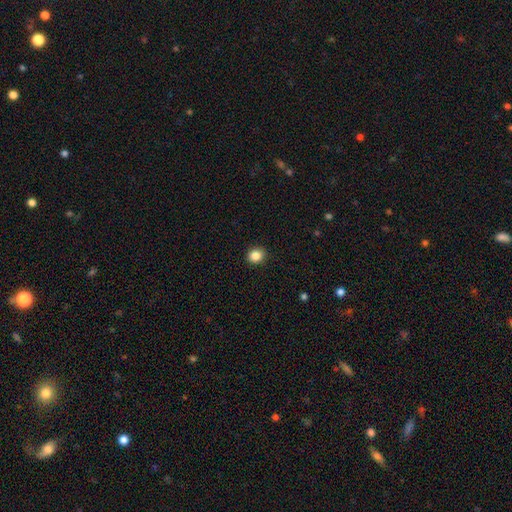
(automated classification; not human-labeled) Smooth or featured? smooth (86%)
How rounded? round (77%)
Merging? none (92%)